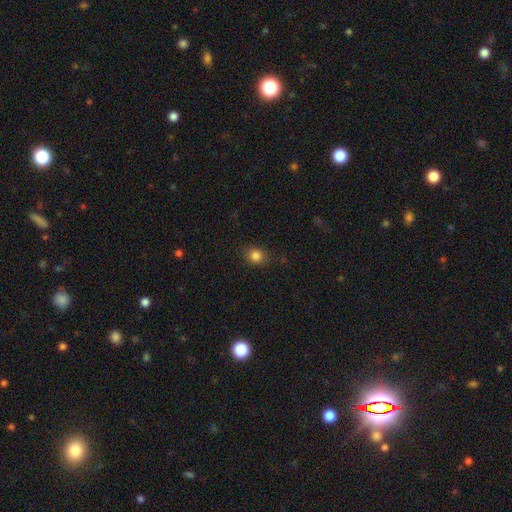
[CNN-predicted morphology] Overall: smooth (83%). How rounded: round (62%; in between 37%). Merging: none (83%).